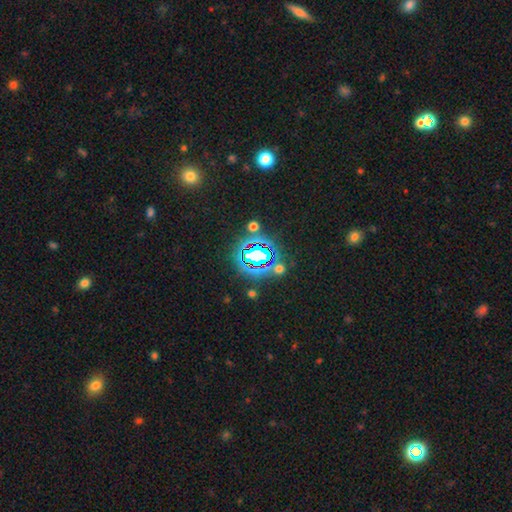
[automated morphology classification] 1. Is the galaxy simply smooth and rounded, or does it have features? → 72% star or artifact, 17% smooth, 11% featured or disk.